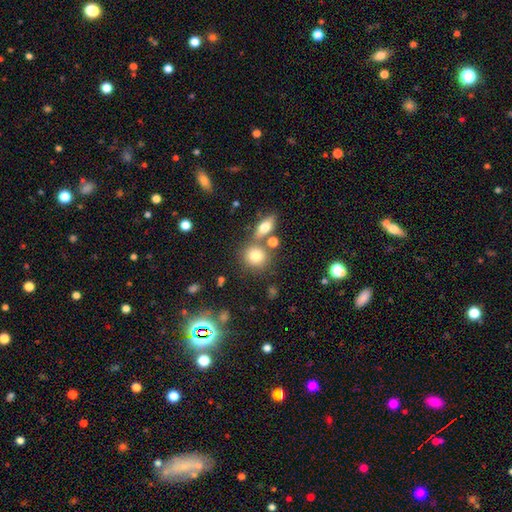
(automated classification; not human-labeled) A smooth galaxy with no disk features (77%) that is round (79%). Merging: none (63%).